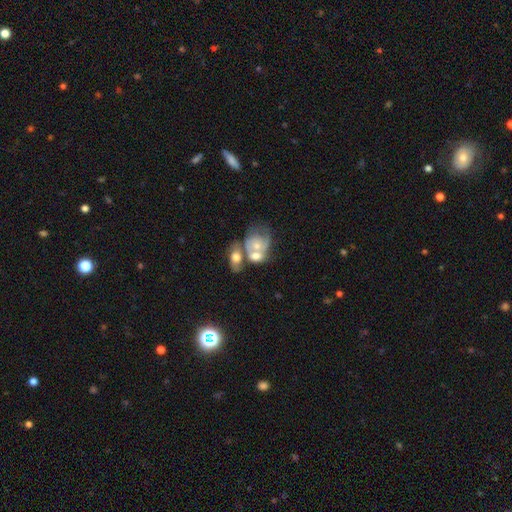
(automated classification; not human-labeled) featured or disk 50%, smooth 42%, star or artifact 8%. Down the decision tree: edge-on disk — no (96%); merging — merger (64%).